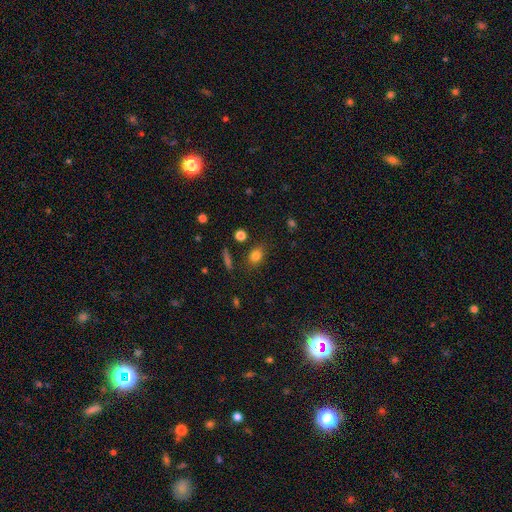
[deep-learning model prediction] This appears to be a smooth galaxy with no disk features (80%) that is in between round and cigar-shaped (63%). Merging: none (80%).